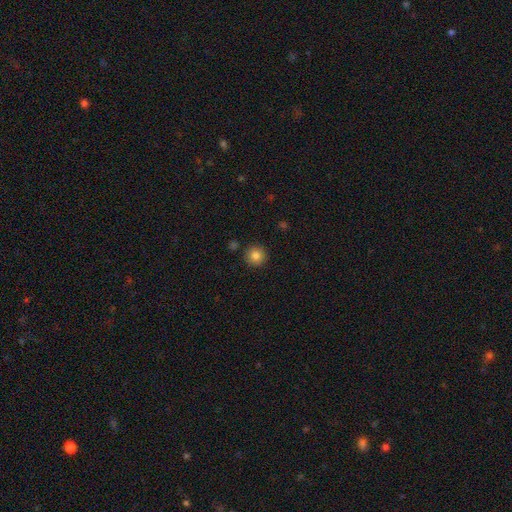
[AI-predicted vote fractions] Smooth or featured? smooth (83%)
How rounded? round (95%)
Merging? none (90%)